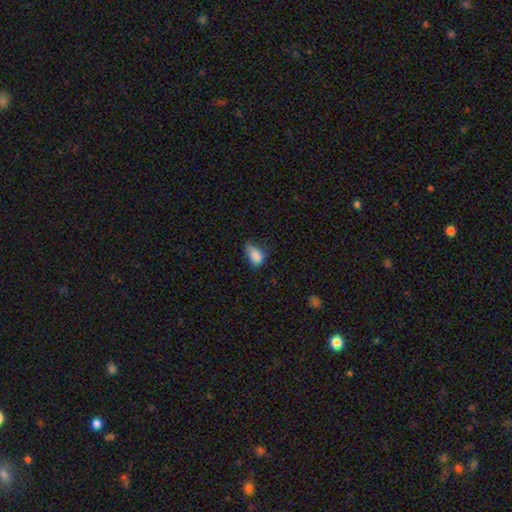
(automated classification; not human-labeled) A smooth galaxy with no disk features (85%) that is in between round and cigar-shaped (87%). Merging: minor disturbance (46%).